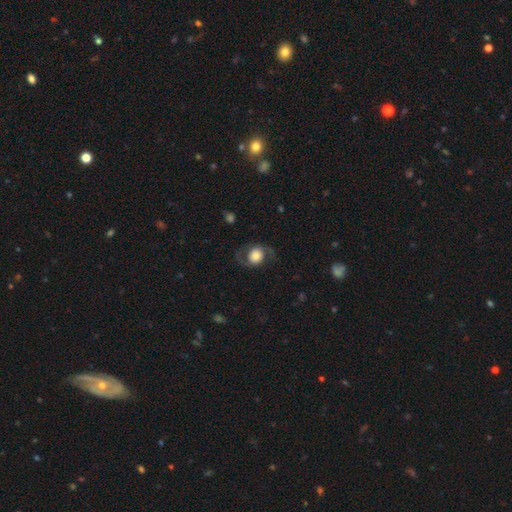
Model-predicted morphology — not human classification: Overall: featured or disk (56%; smooth 36%). Edge-on disk: no (96%). Bar: no (75%). Spiral arms: yes (83%). Bulge size: large (44%; dominant 26%). Merging: none (72%).